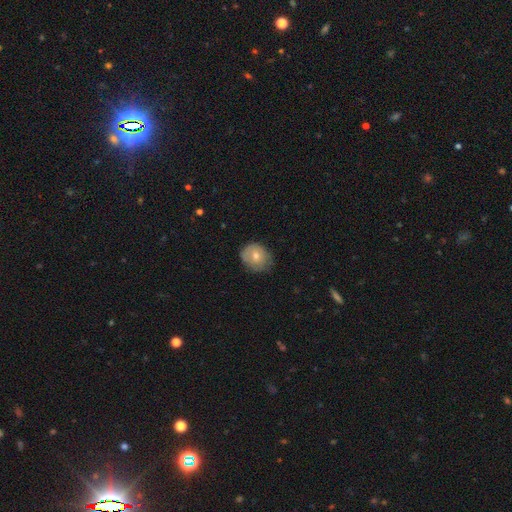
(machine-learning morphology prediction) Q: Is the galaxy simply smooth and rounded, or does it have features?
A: smooth — 60%.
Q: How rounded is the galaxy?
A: round — 71%.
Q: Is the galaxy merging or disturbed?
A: none — 75%.